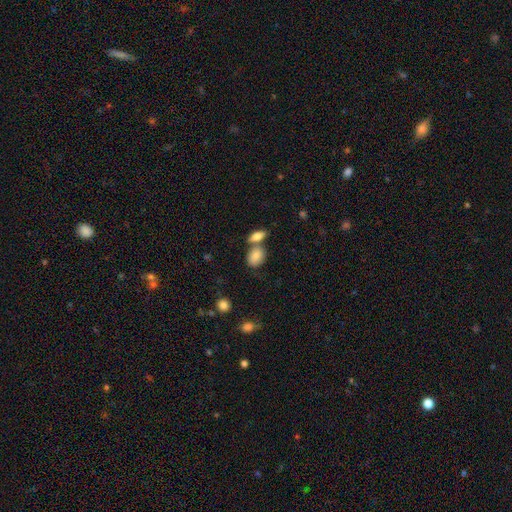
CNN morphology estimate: This appears to be a smooth galaxy with no disk features (82%) that is in between round and cigar-shaped (72%). Merging: none (53%).